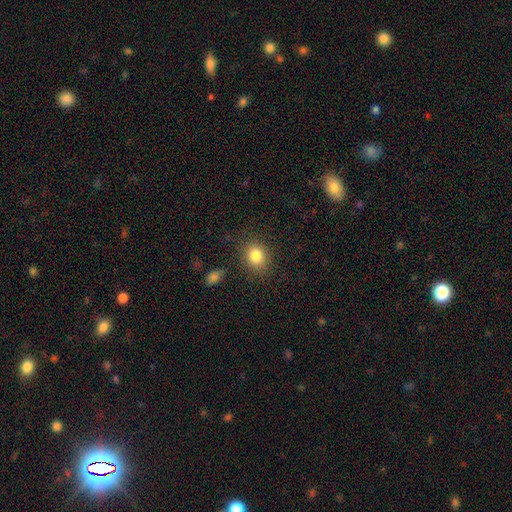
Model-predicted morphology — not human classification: type=smooth (84%); roundness=round (63%); merging=none (84%).